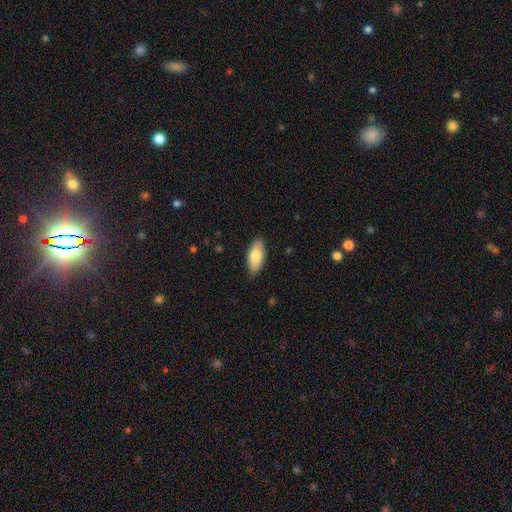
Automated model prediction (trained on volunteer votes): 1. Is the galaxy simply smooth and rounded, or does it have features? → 77% smooth, 17% featured or disk, 6% star or artifact.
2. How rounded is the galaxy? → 87% in between, 10% cigar-shaped, 2% round.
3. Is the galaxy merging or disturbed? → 86% none, 11% minor disturbance, 2% major disturbance, 1% merger.